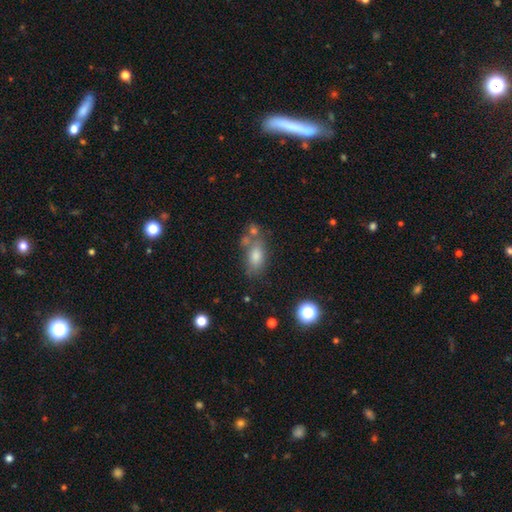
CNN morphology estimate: Smooth or featured?
  - smooth: 70% *
  - featured or disk: 15%
  - star or artifact: 14%
How rounded?
  - in between: 83% *
  - round: 11%
  - cigar-shaped: 6%
Merging?
  - none: 56% *
  - merger: 20%
  - minor disturbance: 17%
  - major disturbance: 7%